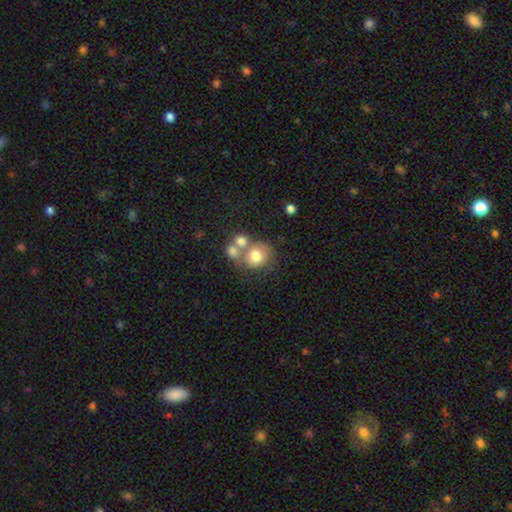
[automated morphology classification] type=smooth (71%); roundness=round (76%); merging=merger (45%).